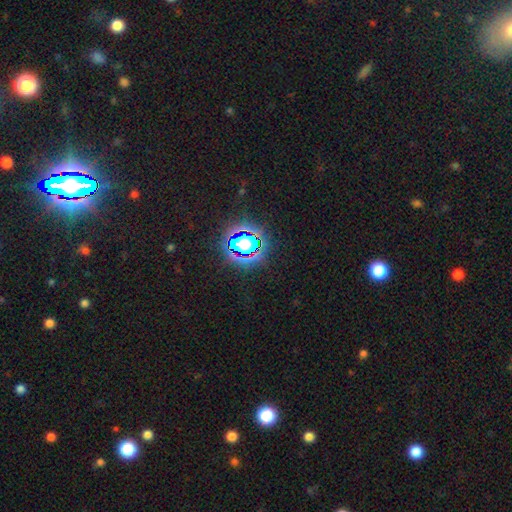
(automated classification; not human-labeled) smooth-or-featured: star or artifact: 82% | smooth: 11% | featured or disk: 7%